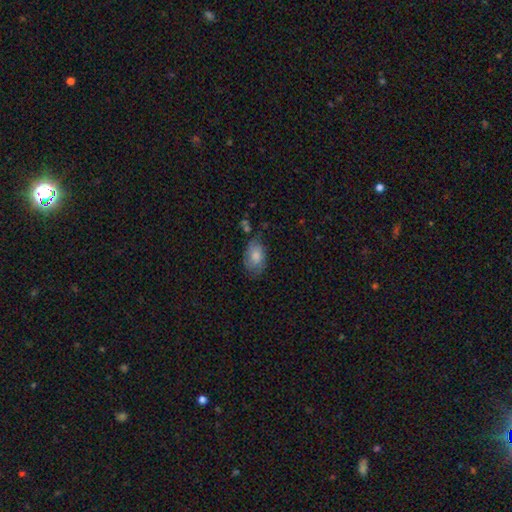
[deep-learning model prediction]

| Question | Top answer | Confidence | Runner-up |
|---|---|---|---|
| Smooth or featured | smooth | 76% | featured or disk (16%) |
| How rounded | in between | 87% | round (12%) |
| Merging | none | 56% | minor disturbance (30%) |